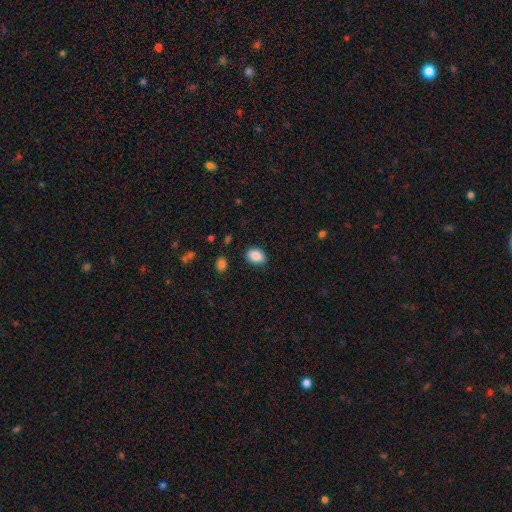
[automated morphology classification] A smooth galaxy with no disk features (88%) that is in between round and cigar-shaped (76%). Merging: none (84%).